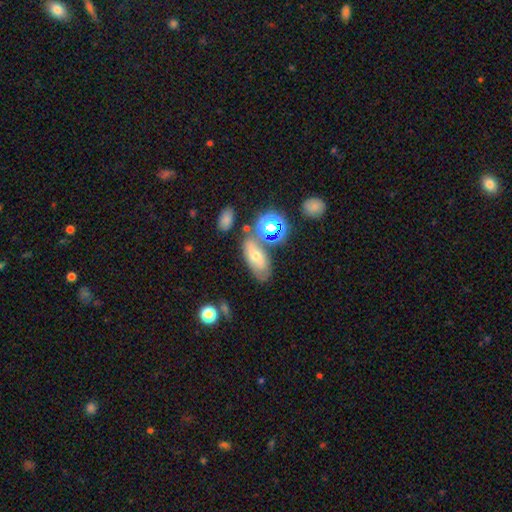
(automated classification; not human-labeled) The model was most divided on "smooth or featured": smooth: 49%, featured or disk: 33%, star or artifact: 18%. More confident: merging — none (59%).